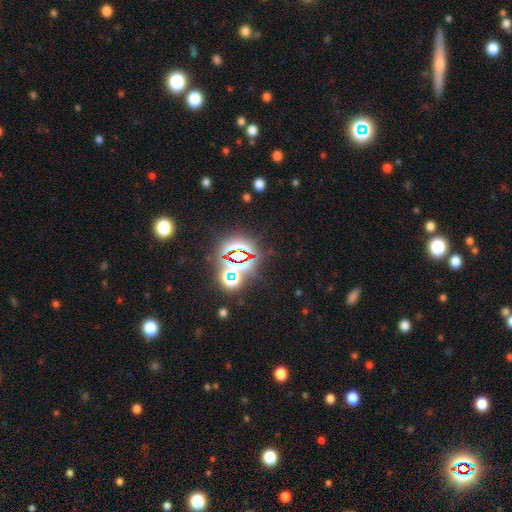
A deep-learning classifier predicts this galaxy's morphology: Smooth or featured?
  - star or artifact: 75% *
  - smooth: 17%
  - featured or disk: 9%